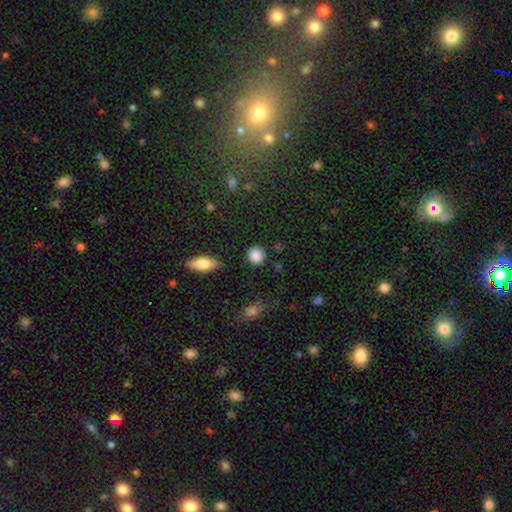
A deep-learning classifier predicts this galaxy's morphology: Smooth or featured: smooth — 86% (star or artifact — 9%)
How rounded: round — 88% (in between — 11%)
Merging: none — 86% (minor disturbance — 9%)